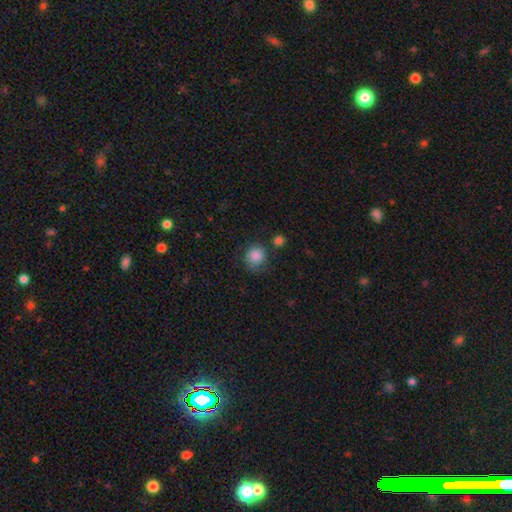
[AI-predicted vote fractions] Morphology: type=smooth (85%); roundness=round (86%); merging=none (67%).